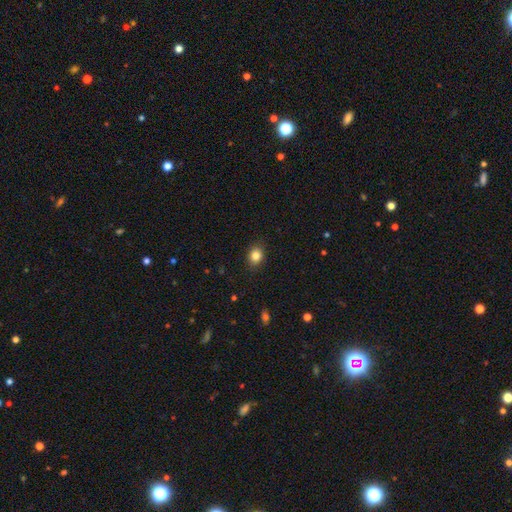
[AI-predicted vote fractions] The model was most divided on "how rounded": in between: 50%, round: 49%, cigar-shaped: 1%. More confident: merging — none (87%); smooth or featured — smooth (84%).